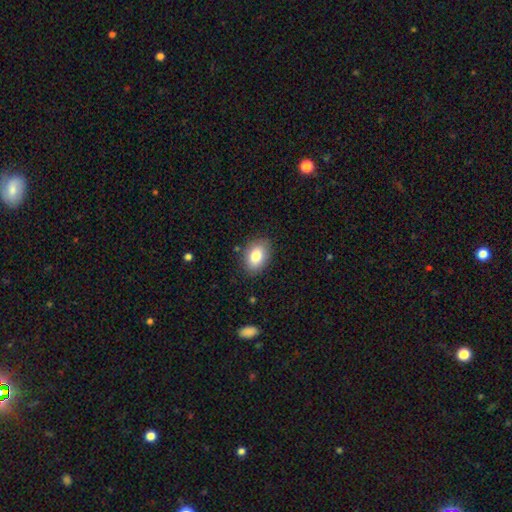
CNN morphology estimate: Smooth or featured: smooth — 82% (featured or disk — 10%)
How rounded: in between — 84% (round — 15%)
Merging: none — 85% (minor disturbance — 11%)